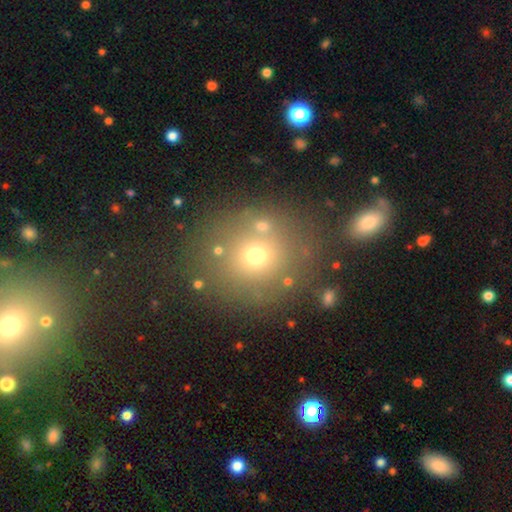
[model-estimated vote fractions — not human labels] smooth-or-featured: smooth: 65% | star or artifact: 21% | featured or disk: 14%
  how-rounded: round: 86% | in between: 13% | cigar-shaped: 1%
  merging: none: 76% | minor disturbance: 11% | merger: 7% | major disturbance: 6%